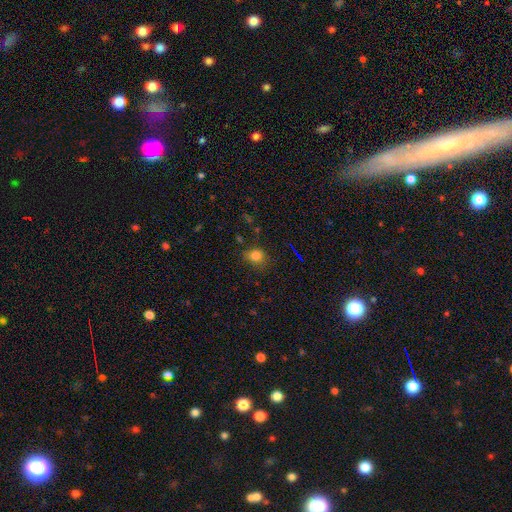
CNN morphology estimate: Smooth or featured? Predicted: smooth (p=0.80). How rounded? Predicted: round (p=0.60). Merging? Predicted: none (p=0.69).